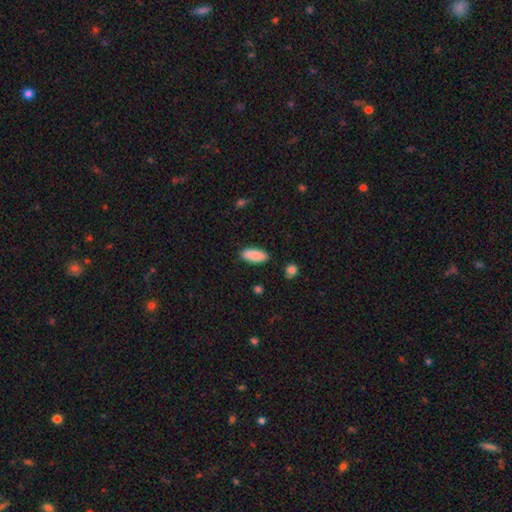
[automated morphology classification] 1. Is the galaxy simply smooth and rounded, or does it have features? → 88% smooth, 6% featured or disk, 6% star or artifact.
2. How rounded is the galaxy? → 84% in between, 14% cigar-shaped, 2% round.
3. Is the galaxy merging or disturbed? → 85% none, 11% minor disturbance, 2% major disturbance, 2% merger.